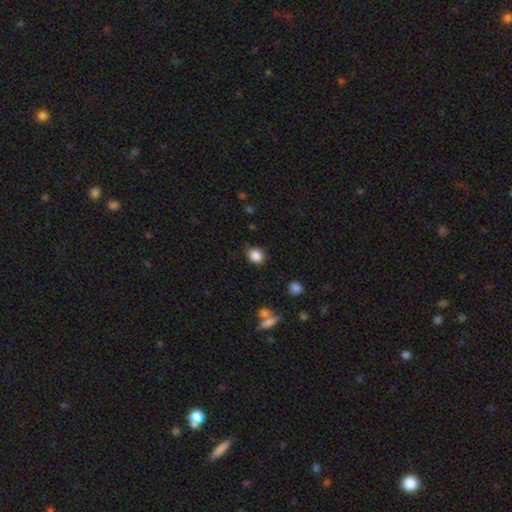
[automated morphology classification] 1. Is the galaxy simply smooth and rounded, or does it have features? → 86% smooth, 10% star or artifact, 4% featured or disk.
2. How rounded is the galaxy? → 60% round, 39% in between, 1% cigar-shaped.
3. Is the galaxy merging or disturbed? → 81% none, 14% minor disturbance, 3% major disturbance, 2% merger.